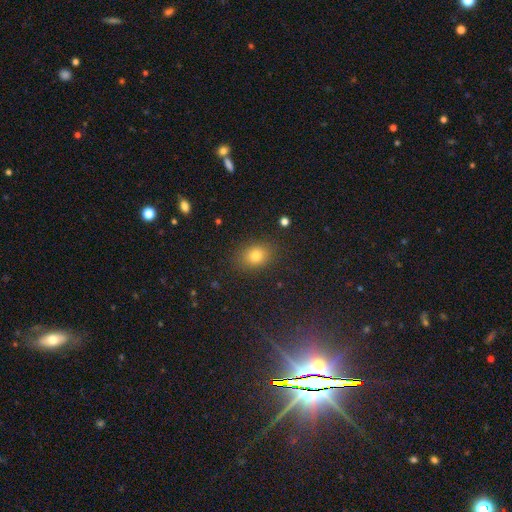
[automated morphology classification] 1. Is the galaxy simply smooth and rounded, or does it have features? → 79% smooth, 14% star or artifact, 7% featured or disk.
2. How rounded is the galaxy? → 64% in between, 34% round, 2% cigar-shaped.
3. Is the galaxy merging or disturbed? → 86% none, 10% minor disturbance, 3% major disturbance, 2% merger.